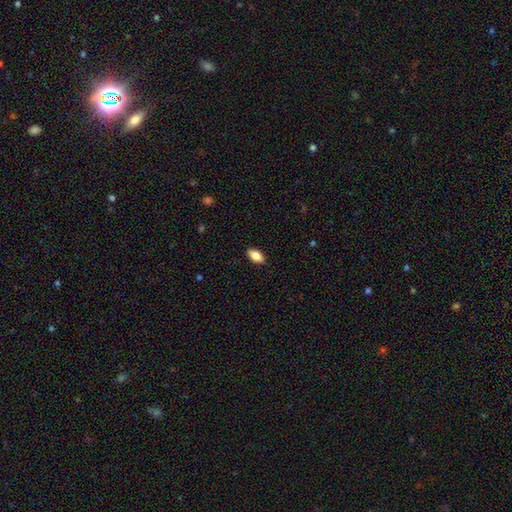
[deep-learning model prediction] The model was most divided on "smooth or featured": smooth: 83%, featured or disk: 10%, star or artifact: 7%. More confident: how rounded — in between (91%); merging — none (89%).